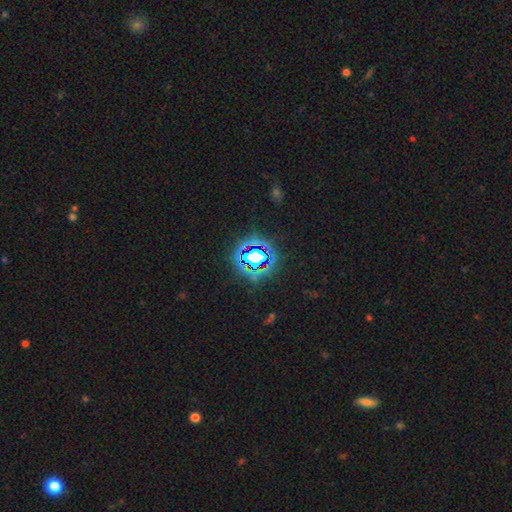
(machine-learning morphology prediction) The model was most divided on "smooth or featured": star or artifact: 76%, smooth: 14%, featured or disk: 11%.